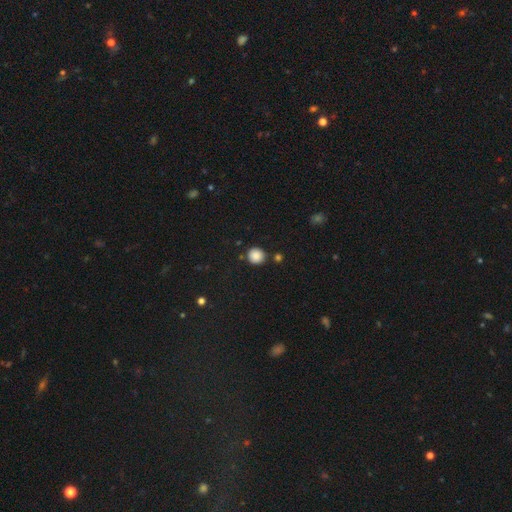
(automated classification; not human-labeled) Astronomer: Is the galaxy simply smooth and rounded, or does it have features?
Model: smooth — 87%.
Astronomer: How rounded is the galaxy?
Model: round — 91%.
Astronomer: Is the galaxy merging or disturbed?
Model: none — 85%.